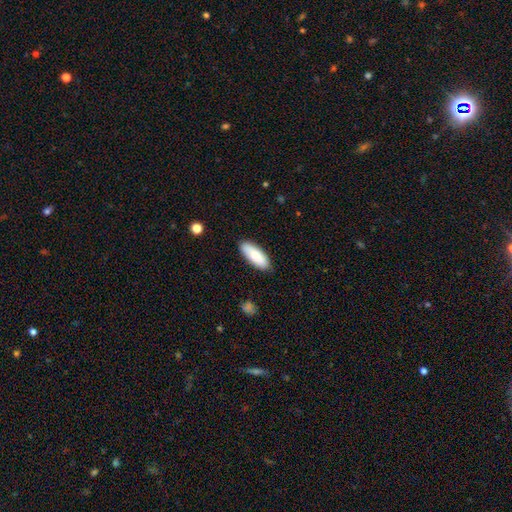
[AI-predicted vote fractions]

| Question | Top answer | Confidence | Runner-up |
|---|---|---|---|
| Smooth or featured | smooth | 79% | featured or disk (15%) |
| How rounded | in between | 74% | cigar-shaped (24%) |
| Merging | none | 87% | minor disturbance (10%) |